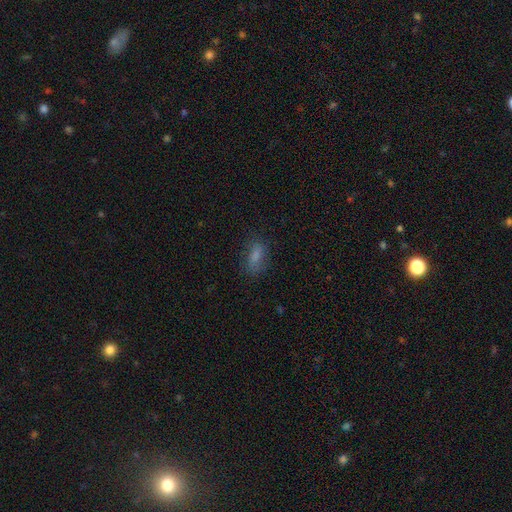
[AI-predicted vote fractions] smooth 77%, star or artifact 12%, featured or disk 11%. Down the decision tree: how rounded — in between (82%); merging — none (74%).